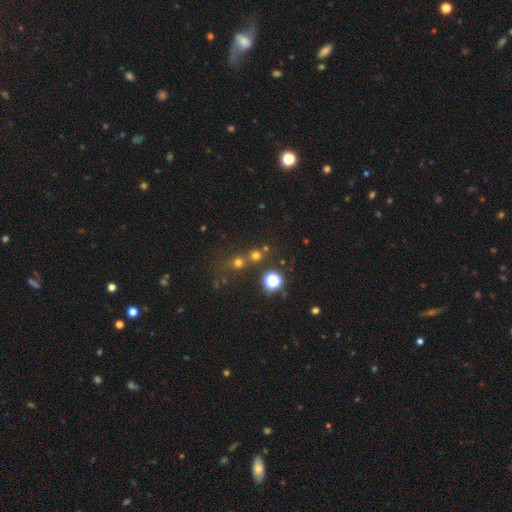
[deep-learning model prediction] smooth-or-featured: smooth: 60% | star or artifact: 32% | featured or disk: 8%
  how-rounded: round: 90% | in between: 9% | cigar-shaped: 1%
  merging: none: 66% | merger: 23% | minor disturbance: 7% | major disturbance: 4%